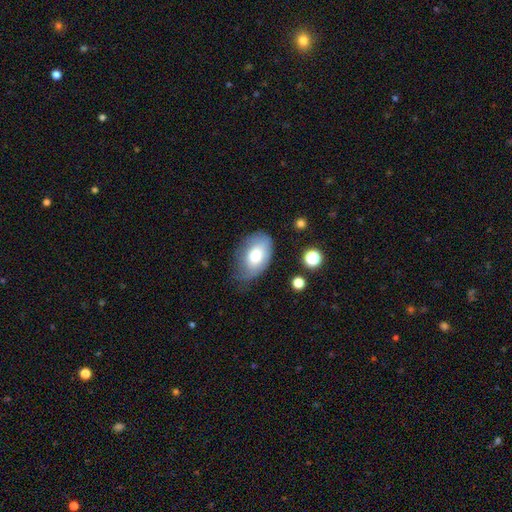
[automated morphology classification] The model was most divided on "merging": none: 52%, minor disturbance: 34%, major disturbance: 12%, merger: 2%. More confident: how rounded — in between (91%); smooth or featured — smooth (74%).